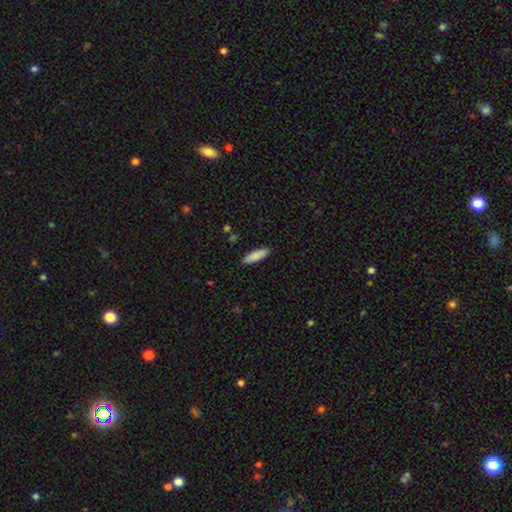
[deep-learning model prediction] Q: Smooth or featured?
A: smooth (87%); runner-up: featured or disk (7%)
Q: How rounded?
A: cigar-shaped (57%); runner-up: in between (41%)
Q: Merging?
A: none (89%); runner-up: minor disturbance (8%)